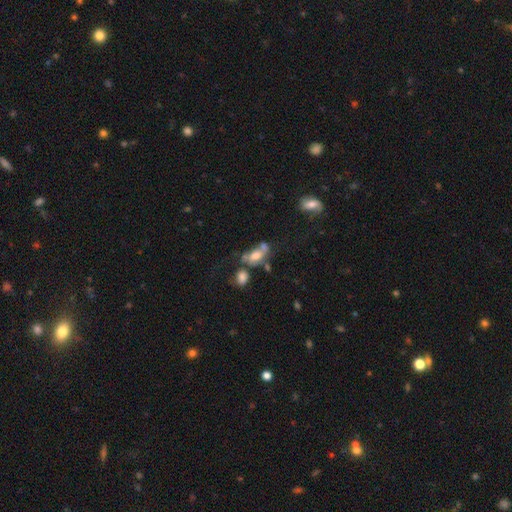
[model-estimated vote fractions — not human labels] smooth 52%, featured or disk 36%, star or artifact 12%. Down the decision tree: how rounded — in between (82%); merging — merger (41%).